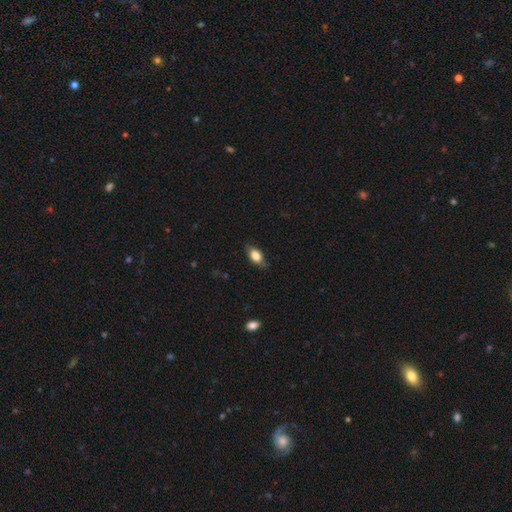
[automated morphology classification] Overall: smooth (79%). How rounded: in between (85%). Merging: none (76%).